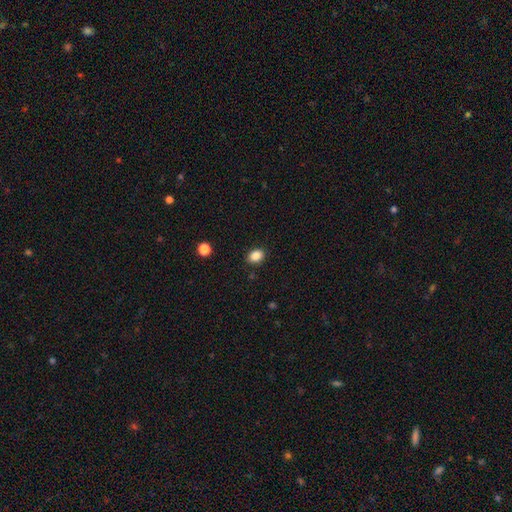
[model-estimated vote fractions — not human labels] Smooth or featured? smooth (87%)
How rounded? in between (65%)
Merging? none (88%)